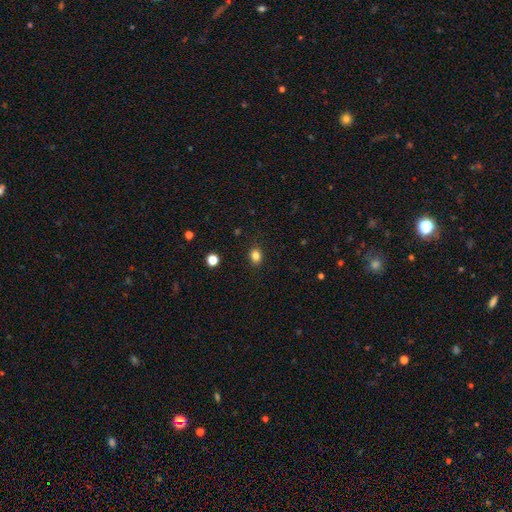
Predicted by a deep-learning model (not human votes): Morphology: type=smooth (83%); roundness=in between (53%); merging=none (89%).